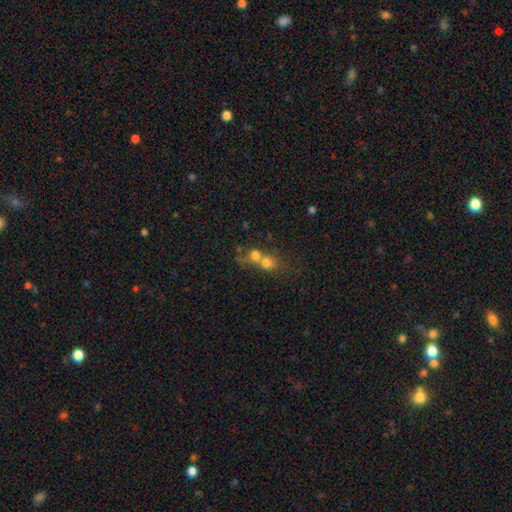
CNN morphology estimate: smooth 70%, featured or disk 16%, star or artifact 14%. Down the decision tree: how rounded — round (79%); merging — merger (64%).